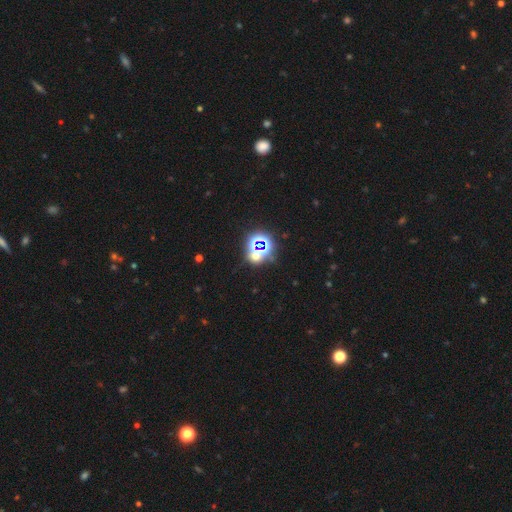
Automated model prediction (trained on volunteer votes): This is likely a star or artifact rather than a galaxy (68%).